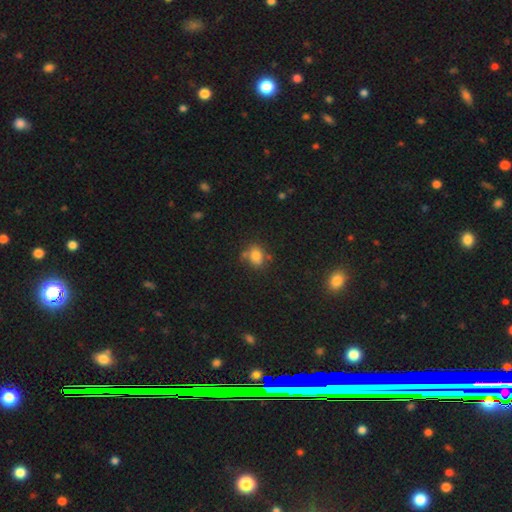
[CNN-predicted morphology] Smooth or featured? smooth (77%)
How rounded? round (52%)
Merging? none (63%)